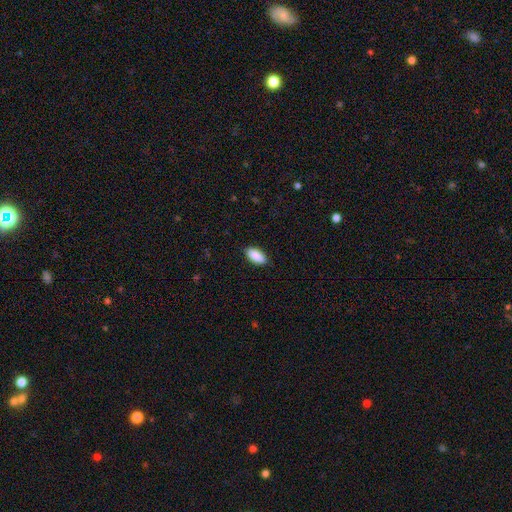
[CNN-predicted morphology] Smooth or featured: smooth — 91% (star or artifact — 6%)
How rounded: in between — 92% (cigar-shaped — 5%)
Merging: none — 88% (minor disturbance — 9%)